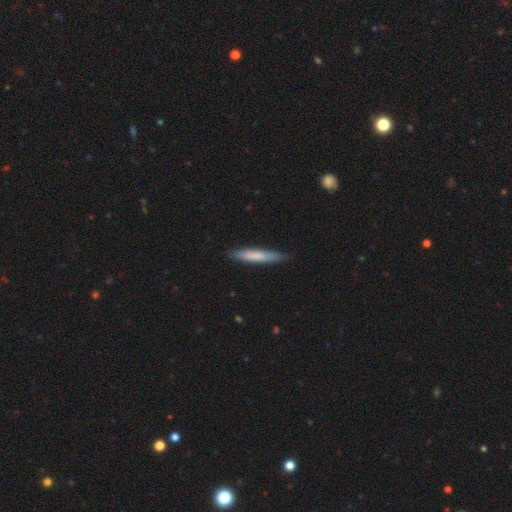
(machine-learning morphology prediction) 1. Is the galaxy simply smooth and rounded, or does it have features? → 70% smooth, 25% featured or disk, 5% star or artifact.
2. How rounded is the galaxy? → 93% cigar-shaped, 6% in between, 1% round.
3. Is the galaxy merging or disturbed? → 86% none, 11% minor disturbance, 2% major disturbance, 1% merger.